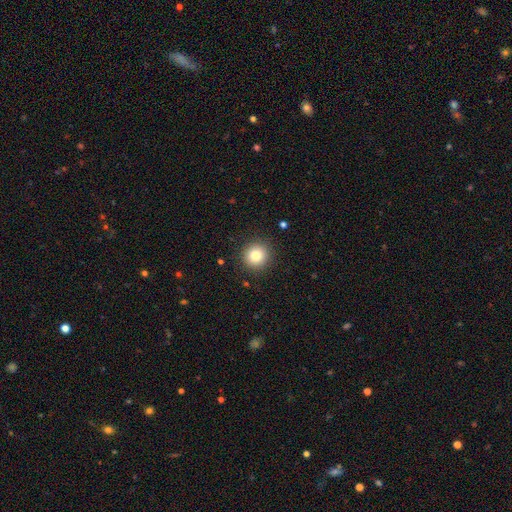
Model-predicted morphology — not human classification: Smooth or featured: smooth — 82% (star or artifact — 11%)
How rounded: round — 93% (in between — 6%)
Merging: none — 90% (minor disturbance — 6%)